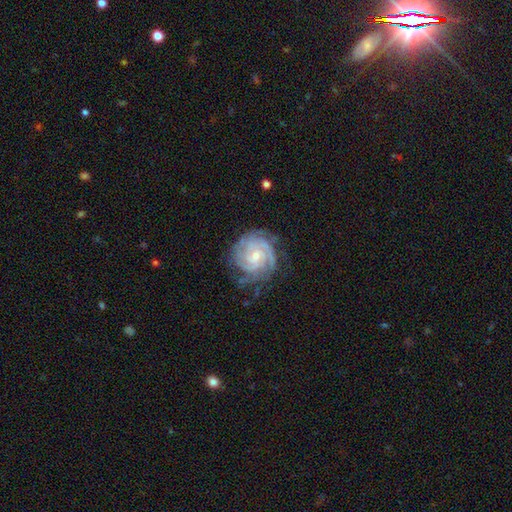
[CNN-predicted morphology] This appears to be a featured or disk galaxy (89%) with no bar (59%), 3 (26%) tight (78%) spiral arms (98%) and a small central bulge (66%). Merging: none (75%).